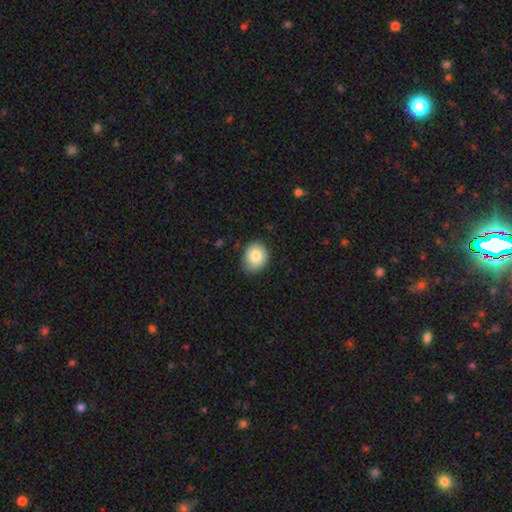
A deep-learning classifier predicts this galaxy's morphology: A smooth galaxy with no disk features (83%) that is round (66%). Merging: none (76%).